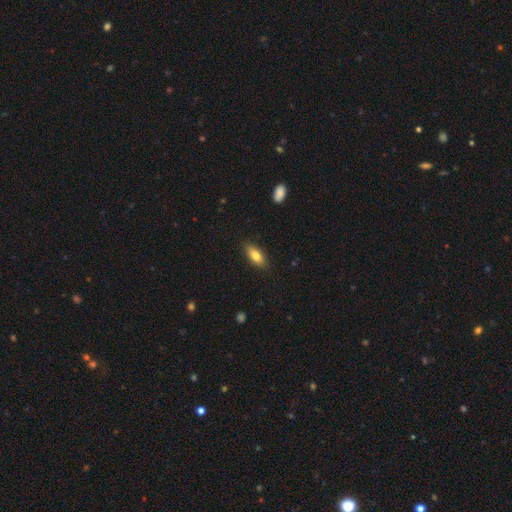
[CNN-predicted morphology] A smooth galaxy with no disk features (78%) that is in between round and cigar-shaped (77%).

Vote fractions:
- Smooth or featured? smooth: 78% / featured or disk: 15% / star or artifact: 7%
- How rounded? in between: 77% / cigar-shaped: 19% / round: 3%
- Merging? none: 87% / minor disturbance: 10% / major disturbance: 2% / merger: 1%